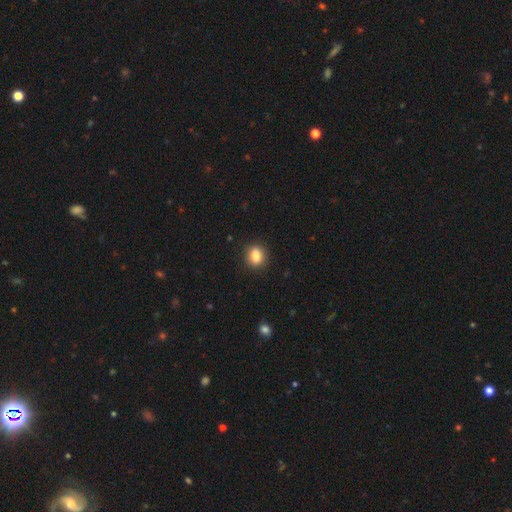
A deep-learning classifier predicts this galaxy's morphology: A smooth galaxy with no disk features (85%) that is in between round and cigar-shaped (56%).

Vote fractions:
- Smooth or featured? smooth: 85% / star or artifact: 9% / featured or disk: 5%
- How rounded? in between: 56% / round: 42% / cigar-shaped: 2%
- Merging? none: 89% / minor disturbance: 8% / major disturbance: 2% / merger: 1%